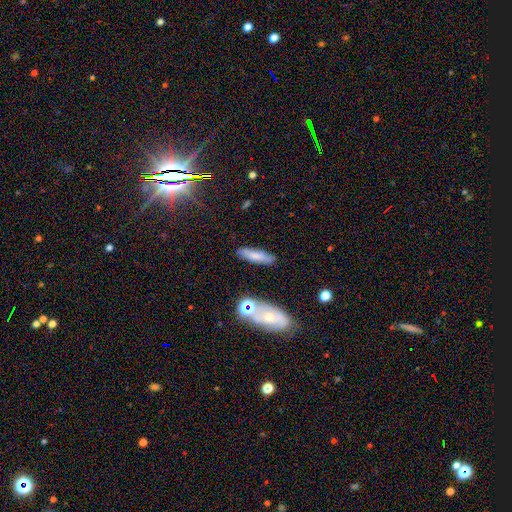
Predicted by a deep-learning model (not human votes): A smooth galaxy with no disk features (67%) that is cigar-shaped (60%).

Vote fractions:
- Smooth or featured? smooth: 67% / featured or disk: 24% / star or artifact: 9%
- How rounded? cigar-shaped: 60% / in between: 38% / round: 3%
- Merging? none: 76% / minor disturbance: 15% / merger: 5% / major disturbance: 4%